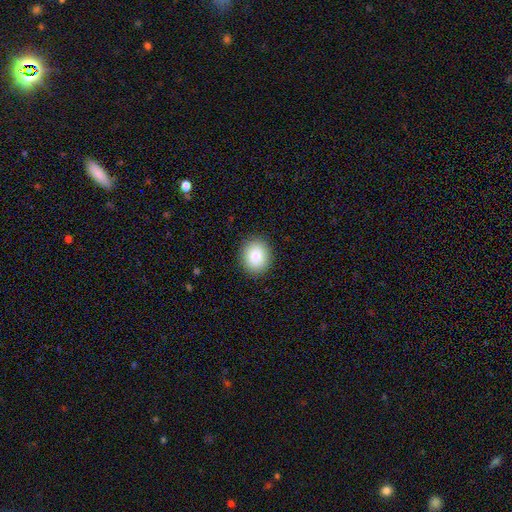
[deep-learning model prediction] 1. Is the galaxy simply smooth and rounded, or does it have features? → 83% smooth, 9% star or artifact, 8% featured or disk.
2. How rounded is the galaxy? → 66% round, 33% in between, 1% cigar-shaped.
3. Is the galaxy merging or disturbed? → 90% none, 7% minor disturbance, 2% major disturbance, 1% merger.